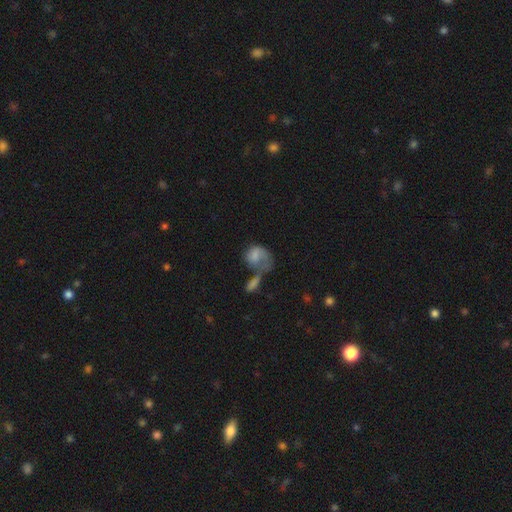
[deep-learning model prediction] This appears to be a smooth galaxy with no disk features (60%) that is in between round and cigar-shaped (64%). Merging: merger (38%).